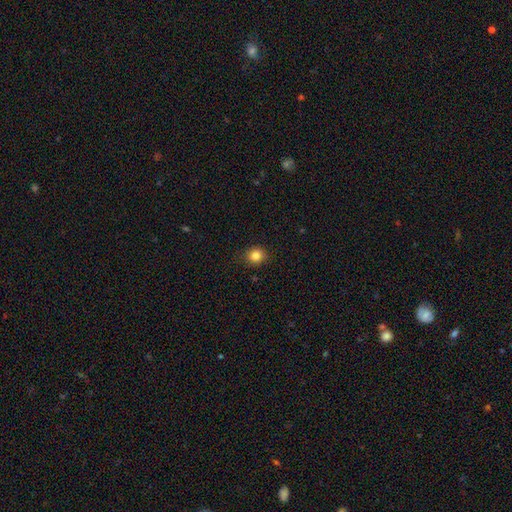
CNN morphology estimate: smooth-or-featured: smooth: 84% | star or artifact: 11% | featured or disk: 5%
  how-rounded: round: 83% | in between: 16% | cigar-shaped: 1%
  merging: none: 88% | minor disturbance: 9% | major disturbance: 2% | merger: 1%